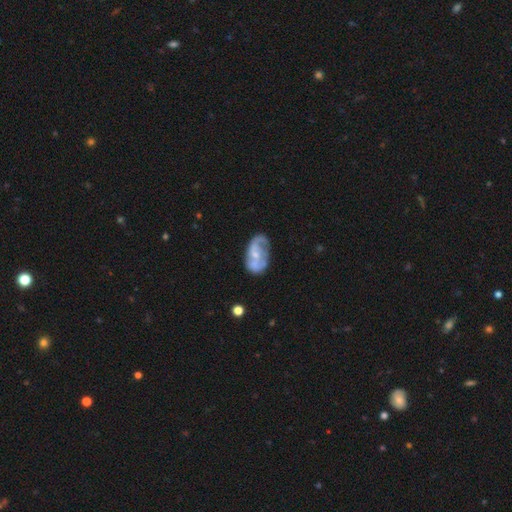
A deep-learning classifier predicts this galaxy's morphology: Smooth or featured?
  - featured or disk: 64% *
  - smooth: 29%
  - star or artifact: 7%
Edge-on disk?
  - no: 96% *
  - yes: 4%
Bar?
  - no: 64% *
  - weak: 29%
  - strong: 6%
Spiral arms?
  - yes: 67% *
  - no: 33%
Bulge size?
  - small: 50% *
  - moderate: 34%
  - none: 12%
  - large: 3%
  - dominant: 1%
Merging?
  - none: 44% *
  - minor disturbance: 27%
  - major disturbance: 20%
  - merger: 9%